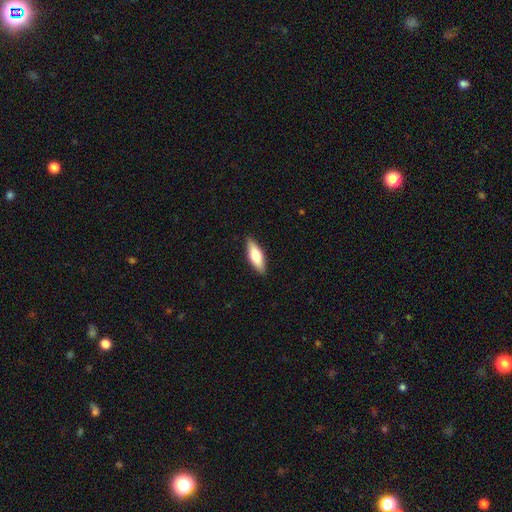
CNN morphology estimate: smooth_or_featured: smooth (p=0.68) [alt: featured or disk p=0.27]
how_rounded: in between (p=0.56) [alt: cigar-shaped p=0.42]
merging: none (p=0.89) [alt: minor disturbance p=0.09]